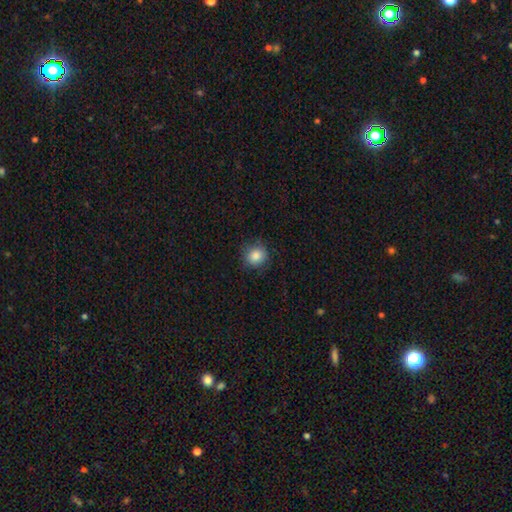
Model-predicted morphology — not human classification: This is clearly a smooth galaxy (85%). How rounded: clearly round (86%). Merging: clearly none (83%).